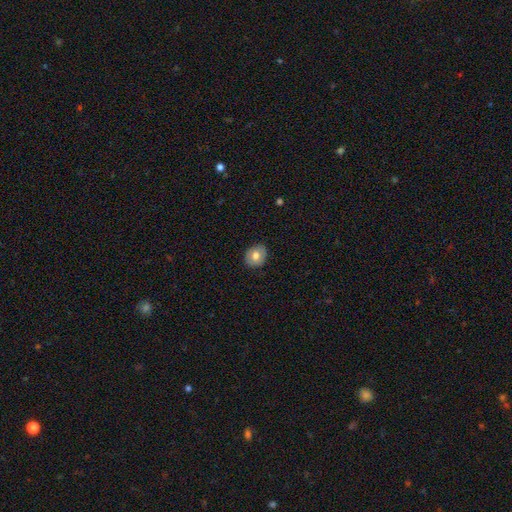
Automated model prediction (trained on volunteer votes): A smooth galaxy with no disk features (71%) that is round (64%). Merging: none (87%).